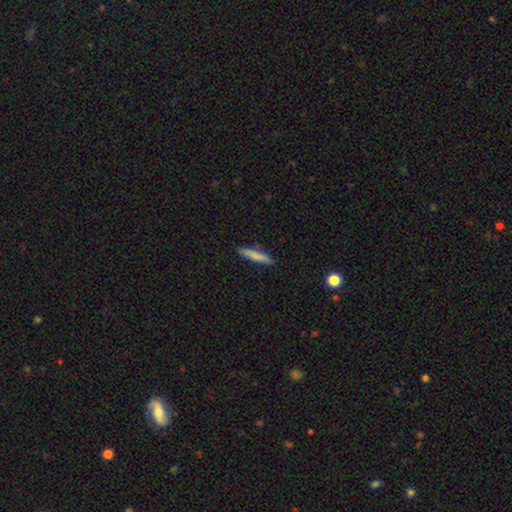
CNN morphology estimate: A smooth galaxy with no disk features (77%) that is cigar-shaped (91%).

Vote fractions:
- Smooth or featured? smooth: 77% / featured or disk: 17% / star or artifact: 6%
- How rounded? cigar-shaped: 91% / in between: 8% / round: 1%
- Merging? none: 87% / minor disturbance: 9% / merger: 2% / major disturbance: 2%